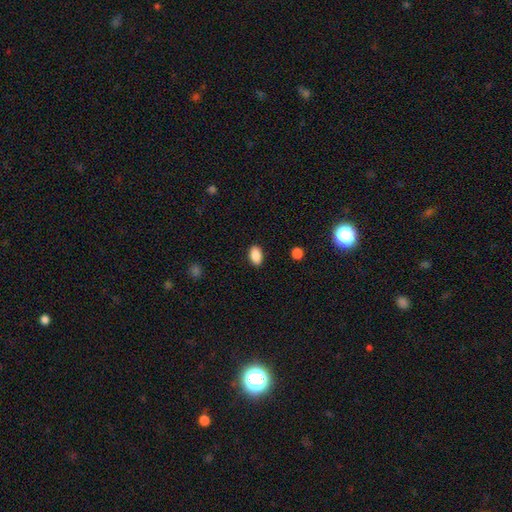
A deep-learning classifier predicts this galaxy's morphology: Smooth or featured: smooth — 88% (star or artifact — 8%)
How rounded: in between — 90% (round — 8%)
Merging: none — 88% (minor disturbance — 8%)